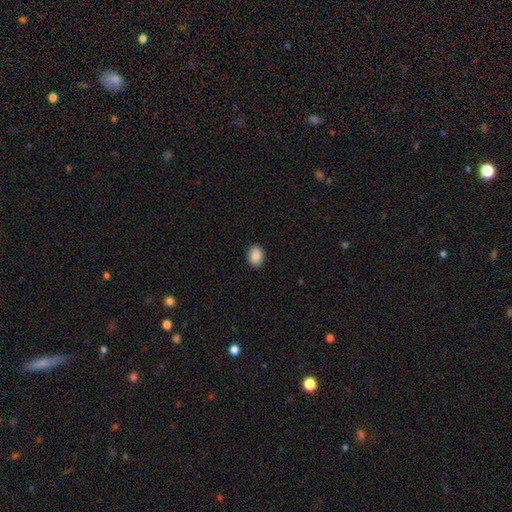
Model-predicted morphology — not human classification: Smooth or featured: smooth — 89% (star or artifact — 7%)
How rounded: in between — 71% (round — 28%)
Merging: none — 89% (minor disturbance — 8%)